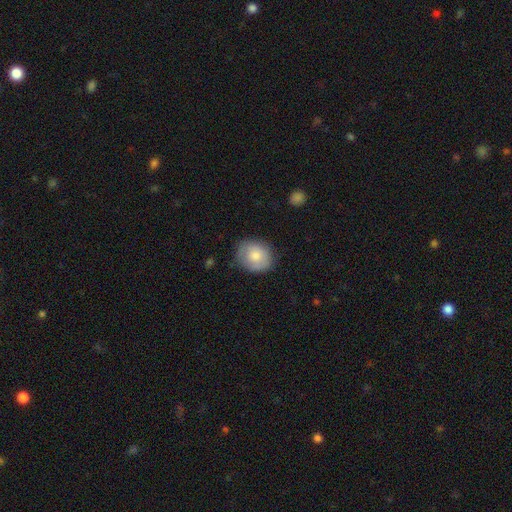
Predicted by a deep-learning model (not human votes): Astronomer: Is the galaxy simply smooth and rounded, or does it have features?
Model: smooth — 75%.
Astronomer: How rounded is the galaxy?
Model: round — 69%.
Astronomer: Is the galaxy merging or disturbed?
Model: none — 76%.